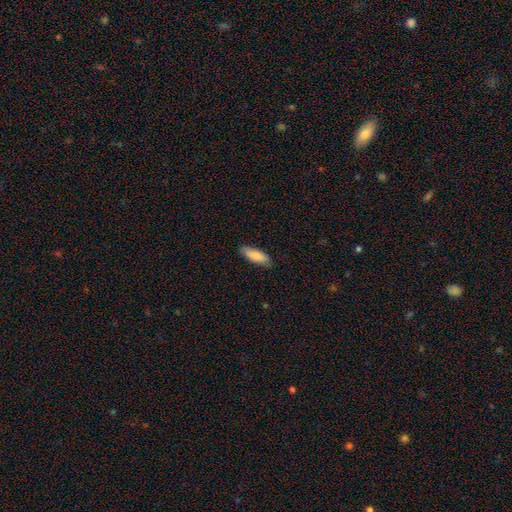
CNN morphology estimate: The model was most divided on "how rounded": in between: 60%, cigar-shaped: 39%, round: 2%. More confident: smooth or featured — smooth (87%); merging — none (83%).